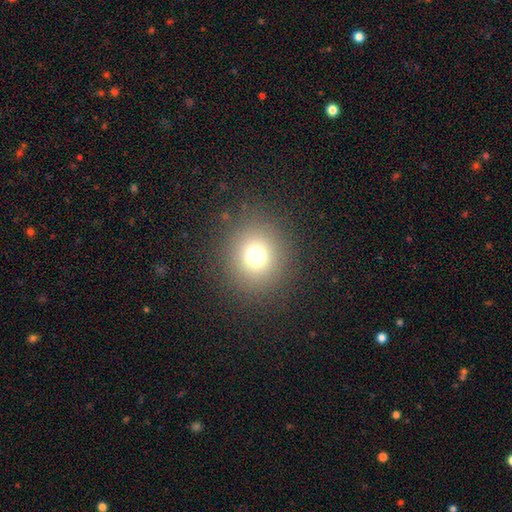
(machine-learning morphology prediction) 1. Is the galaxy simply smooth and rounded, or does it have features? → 71% smooth, 20% star or artifact, 9% featured or disk.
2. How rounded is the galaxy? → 88% round, 11% in between, 1% cigar-shaped.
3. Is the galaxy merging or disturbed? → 87% none, 7% minor disturbance, 5% major disturbance, 1% merger.